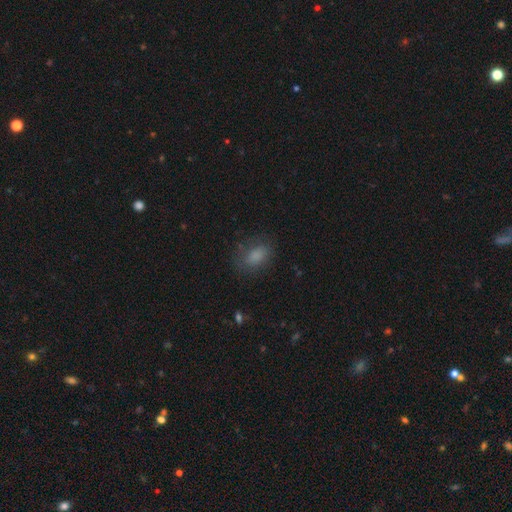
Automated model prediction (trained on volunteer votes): Morphology: type=smooth (82%); roundness=in between (84%); merging=none (74%).